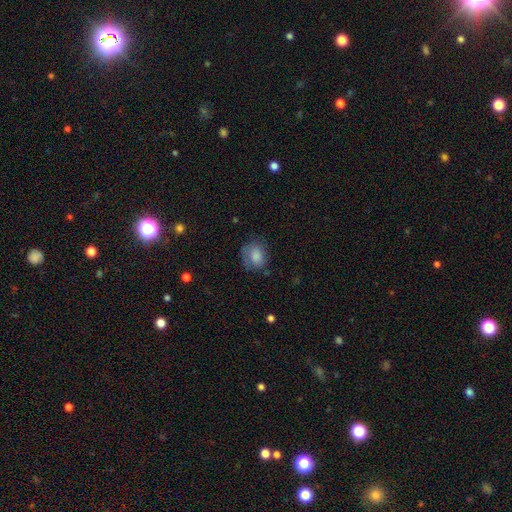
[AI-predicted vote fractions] The model was most divided on "how rounded": in between: 51%, round: 48%, cigar-shaped: 1%. More confident: smooth or featured — smooth (78%); merging — none (62%).